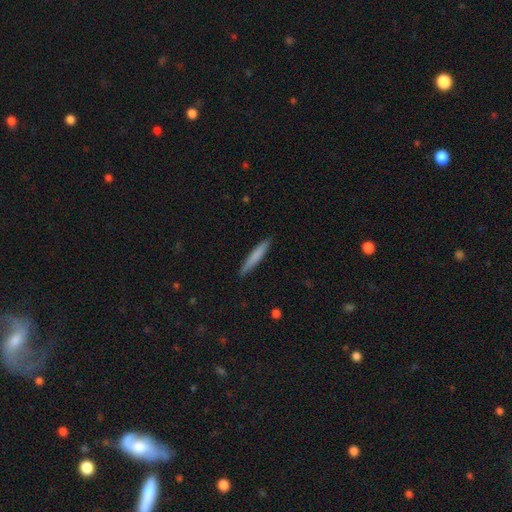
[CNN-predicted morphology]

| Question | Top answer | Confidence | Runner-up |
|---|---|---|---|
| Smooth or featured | smooth | 75% | featured or disk (19%) |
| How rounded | cigar-shaped | 95% | in between (4%) |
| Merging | none | 89% | minor disturbance (8%) |